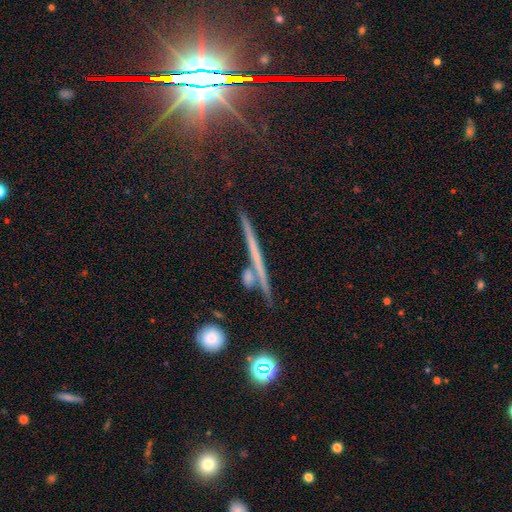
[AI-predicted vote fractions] featured or disk 55%, smooth 32%, star or artifact 13%. Down the decision tree: edge-on disk — yes (95%); edge-on bulge — none (85%); merging — none (81%).